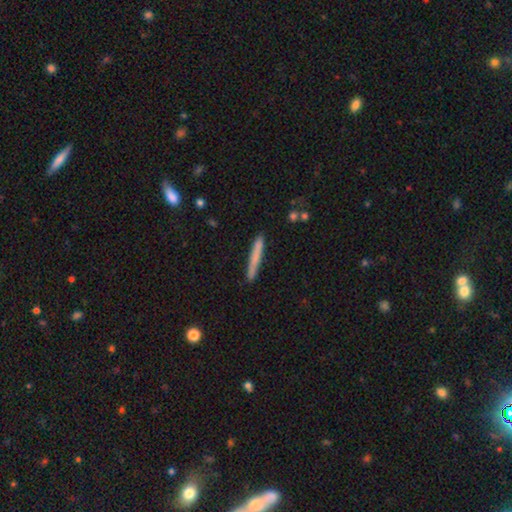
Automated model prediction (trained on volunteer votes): smooth 72%, featured or disk 22%, star or artifact 6%. Down the decision tree: how rounded — cigar-shaped (96%); merging — none (88%).